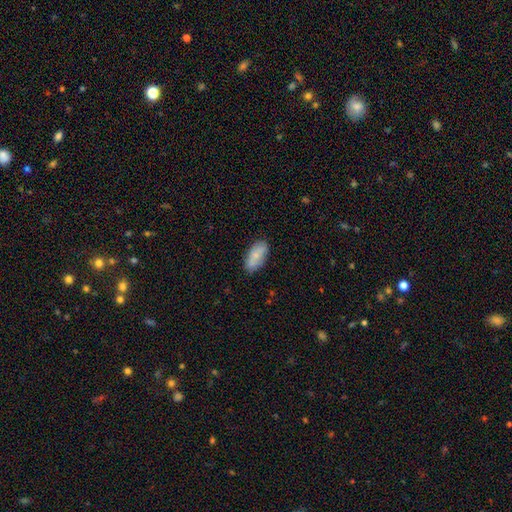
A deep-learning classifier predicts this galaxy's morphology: Q: Smooth or featured?
A: smooth (78%); runner-up: featured or disk (15%)
Q: How rounded?
A: in between (91%); runner-up: cigar-shaped (6%)
Q: Merging?
A: none (81%); runner-up: minor disturbance (15%)